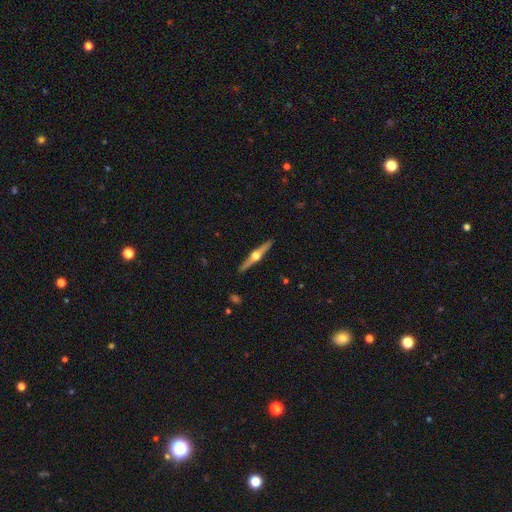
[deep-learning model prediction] Smooth or featured? Predicted: featured or disk (p=0.79). Edge-on disk? Predicted: yes (p=0.98). Edge-on bulge? Predicted: rounded (p=0.96). Merging? Predicted: none (p=0.92).